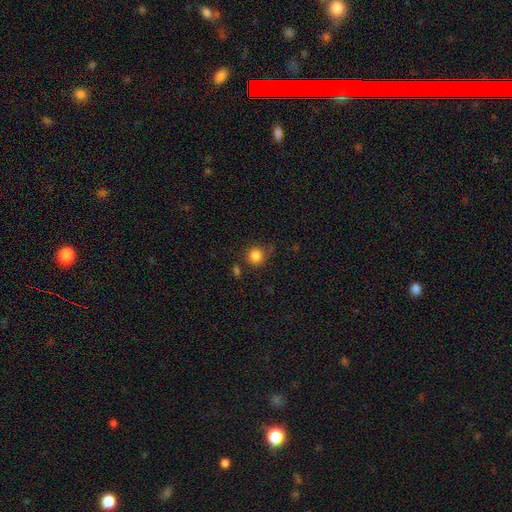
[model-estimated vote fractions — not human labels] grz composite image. It shows a smooth galaxy with no disk features (84%) that is round (90%). Merging: none (76%).